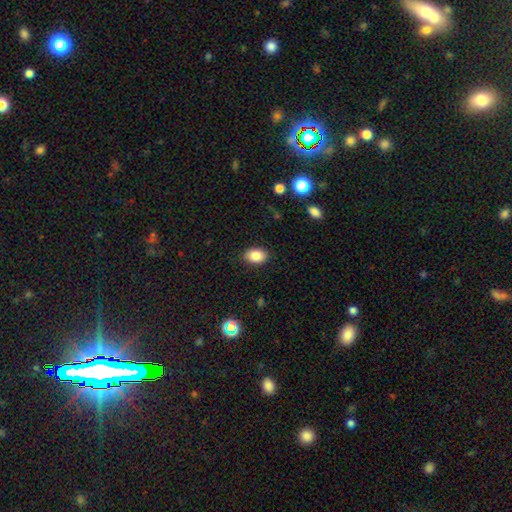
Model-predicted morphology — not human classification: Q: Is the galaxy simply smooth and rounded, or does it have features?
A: smooth — 87%.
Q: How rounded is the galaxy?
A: in between — 82%.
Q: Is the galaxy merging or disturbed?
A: none — 88%.